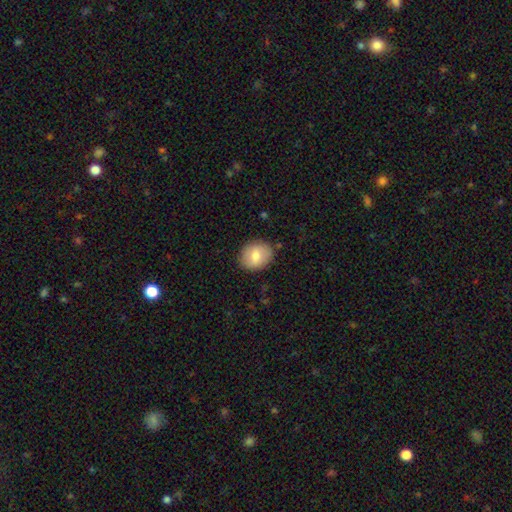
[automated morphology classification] The model was most divided on "how rounded": round: 56%, in between: 43%, cigar-shaped: 1%. More confident: merging — none (86%); smooth or featured — smooth (77%).